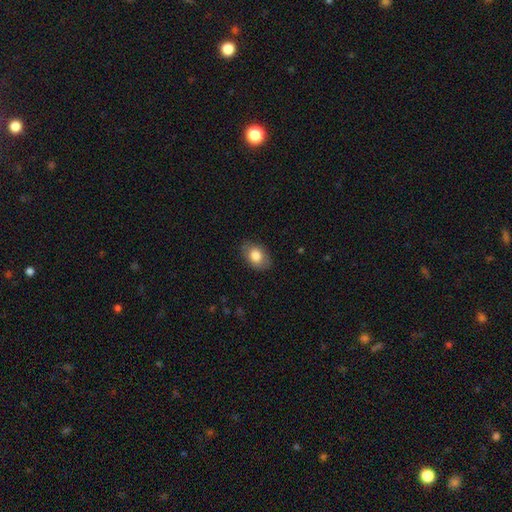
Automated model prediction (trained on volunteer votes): This appears to be a smooth galaxy with no disk features (81%) that is in between round and cigar-shaped (83%). Merging: none (83%).